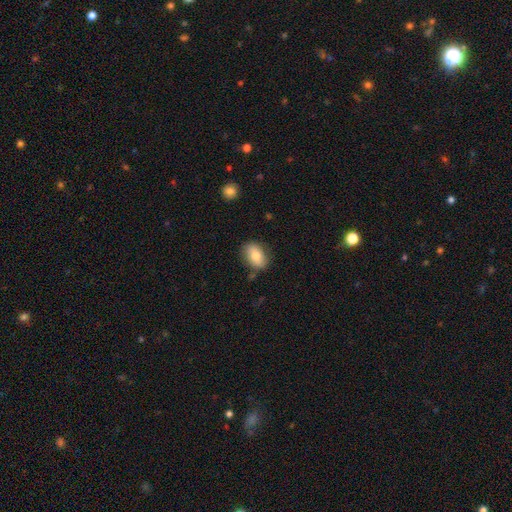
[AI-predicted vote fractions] This is likely a smooth galaxy (76%). How rounded: clearly in between (82%). Merging: likely none (79%).